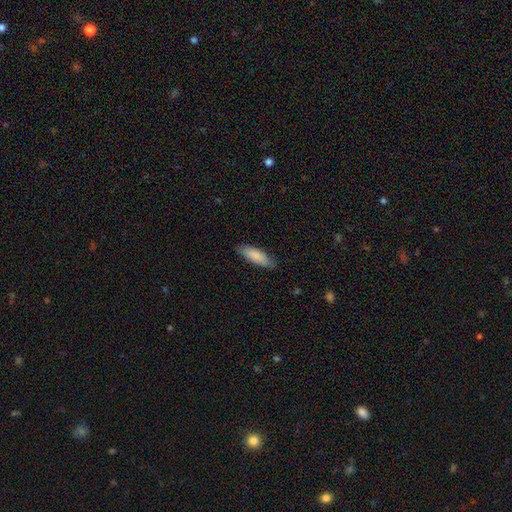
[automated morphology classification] Smooth or featured? smooth (87%)
How rounded? in between (55%)
Merging? none (84%)